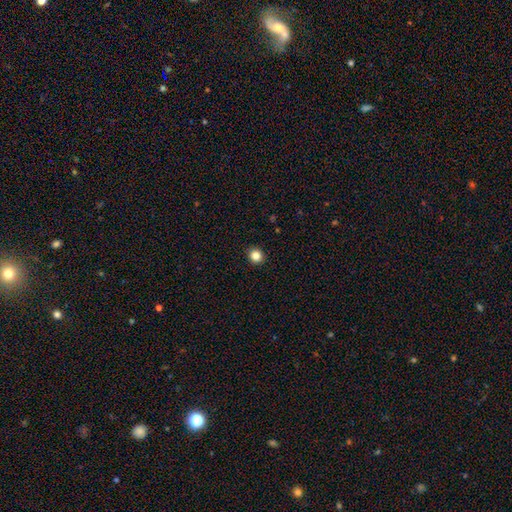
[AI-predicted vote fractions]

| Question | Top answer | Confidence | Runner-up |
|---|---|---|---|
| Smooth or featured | smooth | 84% | star or artifact (11%) |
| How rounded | round | 86% | in between (13%) |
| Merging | none | 93% | minor disturbance (5%) |